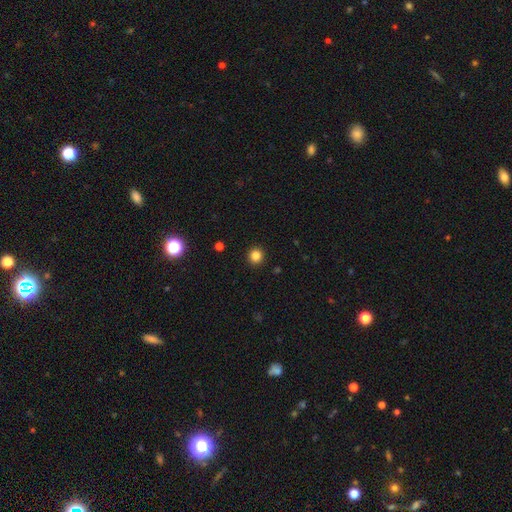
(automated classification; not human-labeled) smooth_or_featured: smooth (p=0.83) [alt: star or artifact p=0.12]
how_rounded: round (p=0.93) [alt: in between p=0.06]
merging: none (p=0.93) [alt: minor disturbance p=0.05]